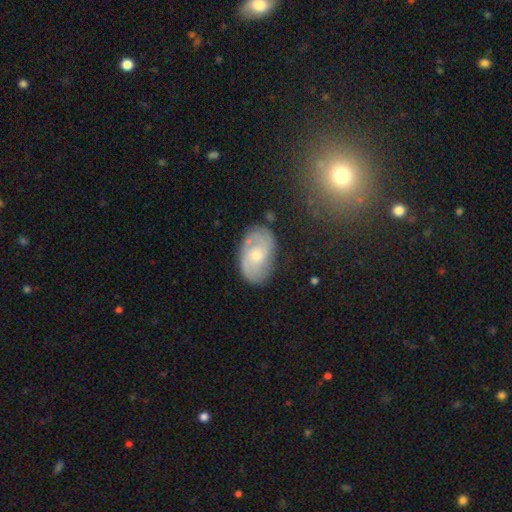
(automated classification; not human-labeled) featured or disk 61%, smooth 31%, star or artifact 8%. Down the decision tree: edge-on disk — no (95%); bar — no (66%); spiral arms — yes (85%); bulge size — small (53%); merging — none (76%).